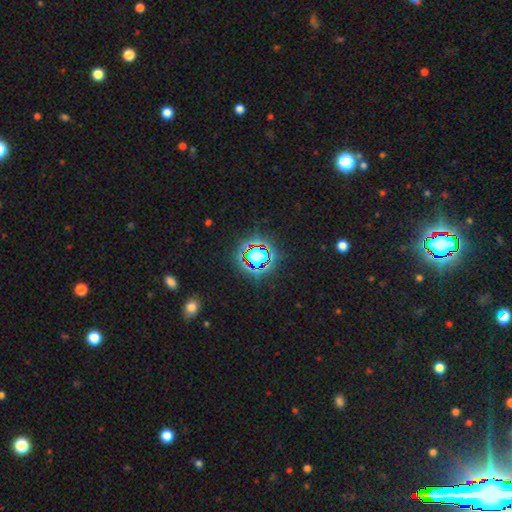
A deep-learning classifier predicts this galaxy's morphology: A star or artifact, not a galaxy (70%).